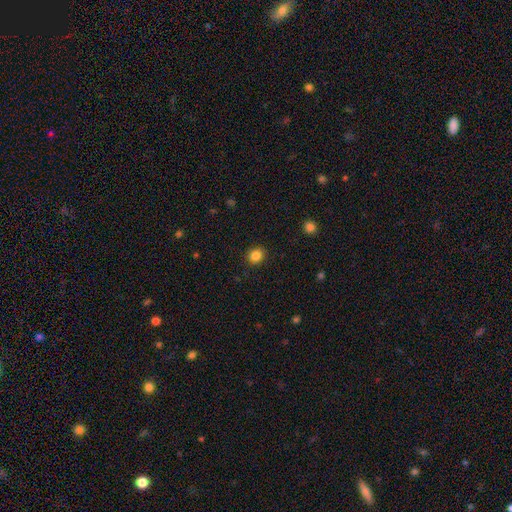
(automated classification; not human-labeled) smooth_or_featured: smooth (p=0.85) [alt: star or artifact p=0.11]
how_rounded: round (p=0.80) [alt: in between p=0.19]
merging: none (p=0.90) [alt: minor disturbance p=0.07]